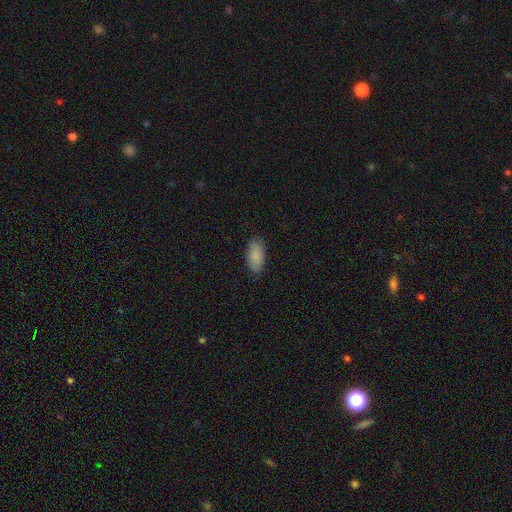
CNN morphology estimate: Smooth or featured: smooth — 88% (star or artifact — 6%)
How rounded: in between — 93% (cigar-shaped — 5%)
Merging: none — 85% (minor disturbance — 12%)